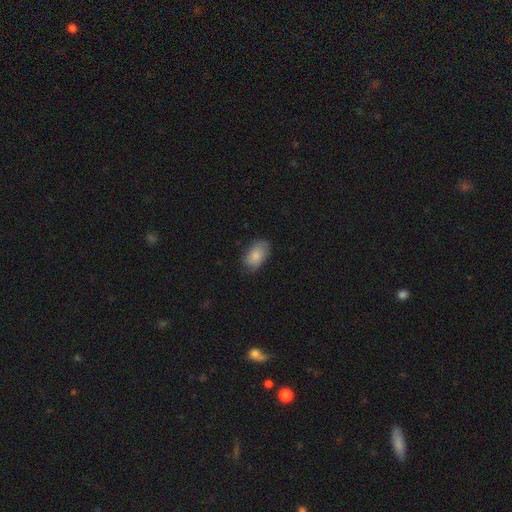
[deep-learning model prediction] Smooth or featured? Predicted: smooth (p=0.80). How rounded? Predicted: in between (p=0.92). Merging? Predicted: none (p=0.75).